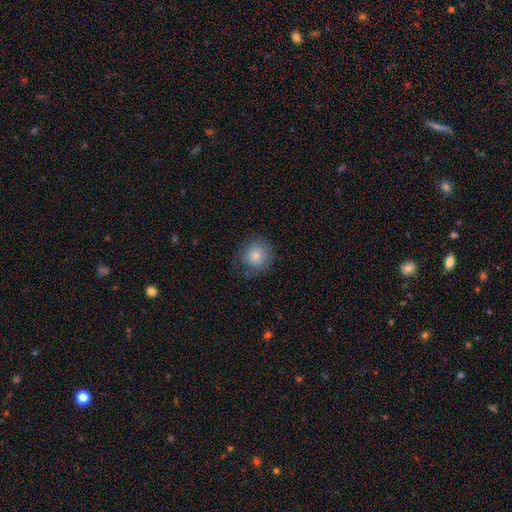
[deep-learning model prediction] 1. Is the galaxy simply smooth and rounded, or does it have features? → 79% smooth, 12% featured or disk, 9% star or artifact.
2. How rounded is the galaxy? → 90% round, 10% in between, 1% cigar-shaped.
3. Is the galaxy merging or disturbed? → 76% none, 17% minor disturbance, 6% major disturbance, 1% merger.